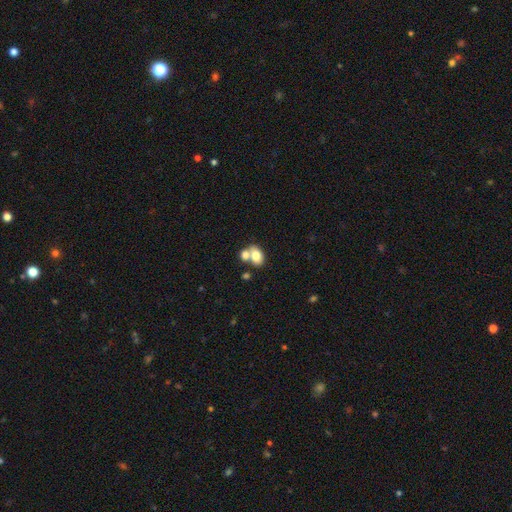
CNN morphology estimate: This appears to be a smooth galaxy with no disk features (75%) that is in between round and cigar-shaped (76%). Merging: merger (53%).